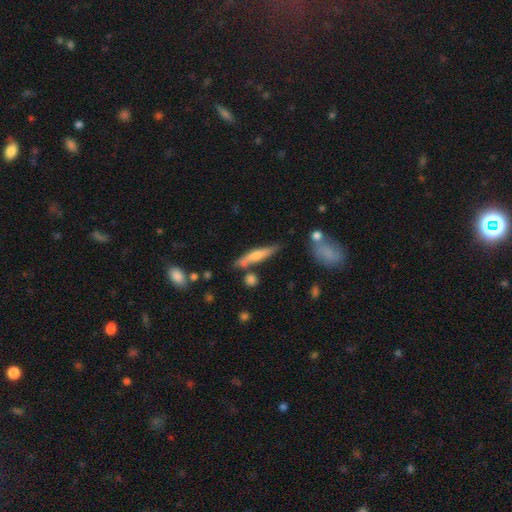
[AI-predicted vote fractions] This appears to be a smooth galaxy with no disk features (60%) that is cigar-shaped (84%). Merging: none (67%).